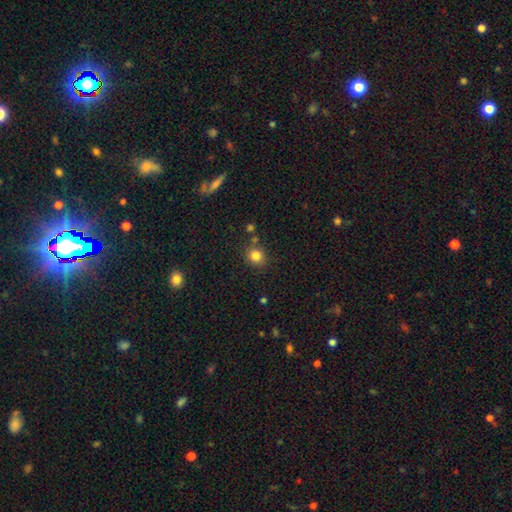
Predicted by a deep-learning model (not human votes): This appears to be a smooth galaxy with no disk features (82%) that is round (82%). Merging: none (79%).